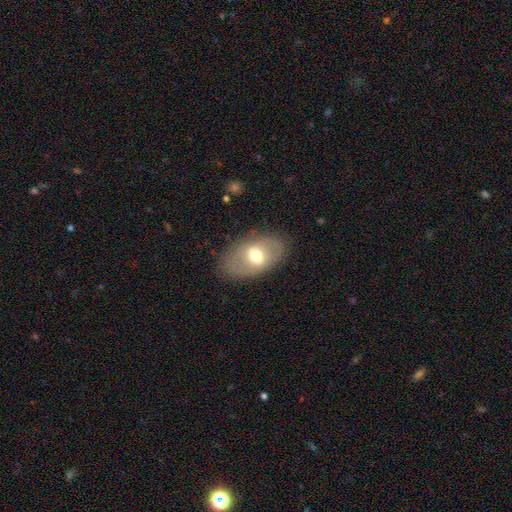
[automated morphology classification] This is possibly a smooth galaxy (51%). How rounded: clearly in between (86%). Merging: clearly none (80%).